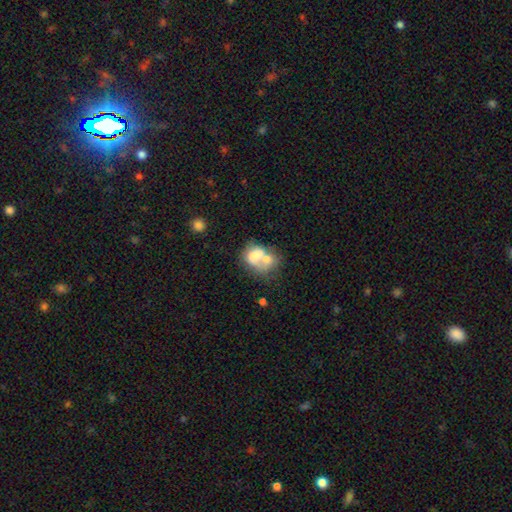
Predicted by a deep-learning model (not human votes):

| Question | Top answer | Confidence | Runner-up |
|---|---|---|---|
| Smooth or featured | smooth | 60% | featured or disk (31%) |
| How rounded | in between | 59% | round (40%) |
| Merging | merger | 66% | none (16%) |